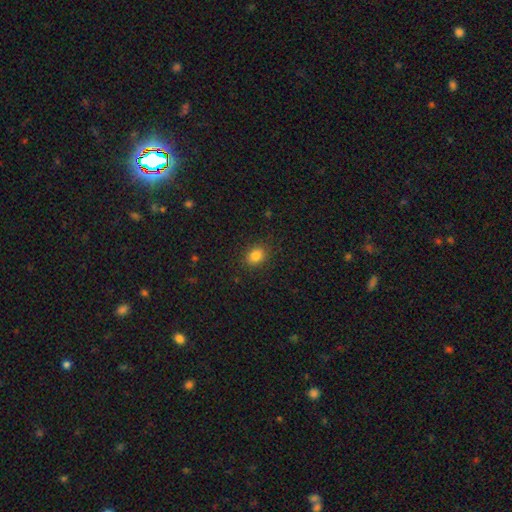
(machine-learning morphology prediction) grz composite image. It shows a smooth galaxy with no disk features (84%) that is in between round and cigar-shaped (51%). Merging: none (88%).